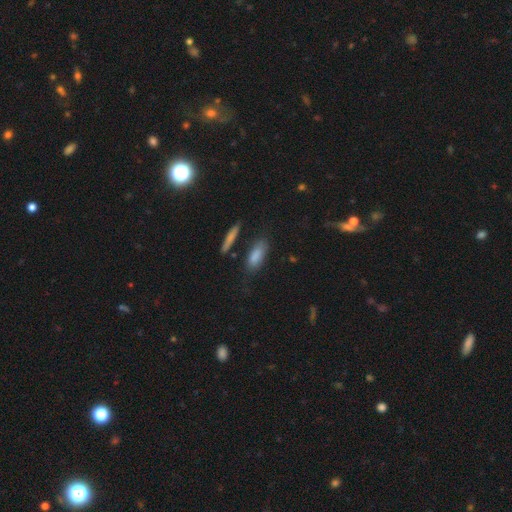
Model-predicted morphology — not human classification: smooth 83%, featured or disk 10%, star or artifact 7%. Down the decision tree: how rounded — in between (70%); merging — none (71%).